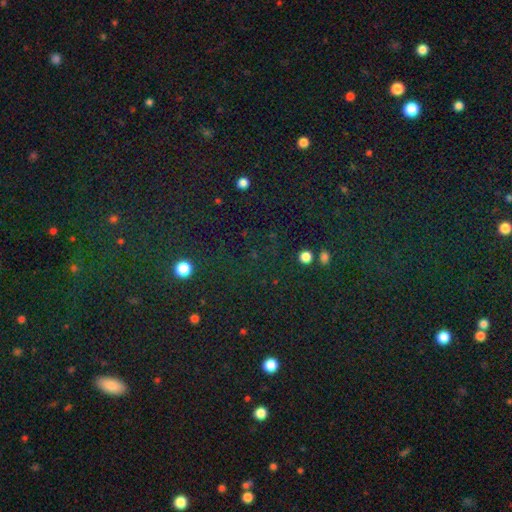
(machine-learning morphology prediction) smooth_or_featured: star or artifact (p=0.75) [alt: smooth p=0.17]